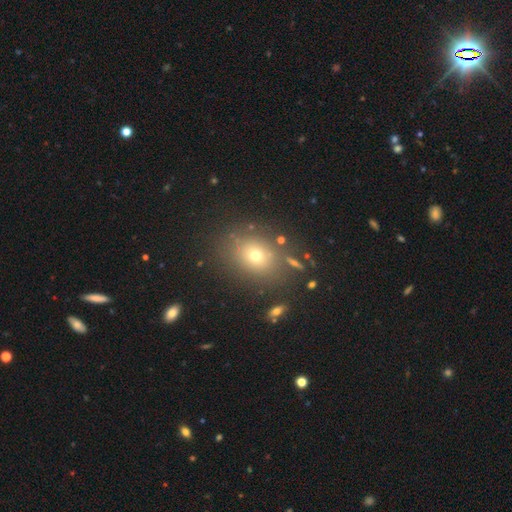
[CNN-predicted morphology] Smooth or featured? Predicted: smooth (p=0.66). How rounded? Predicted: round (p=0.57). Merging? Predicted: none (p=0.80).